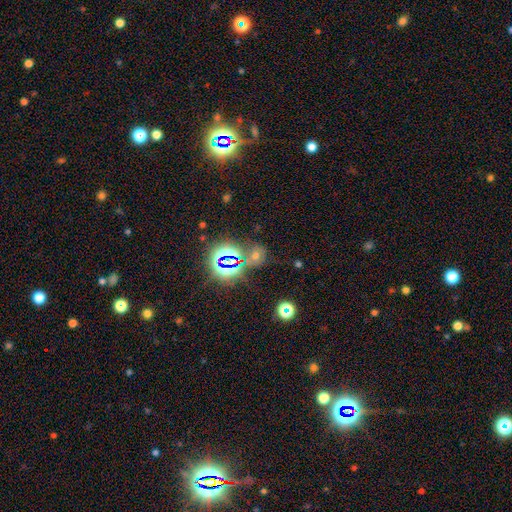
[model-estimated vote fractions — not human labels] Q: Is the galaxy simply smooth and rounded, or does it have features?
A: star or artifact — 63%.